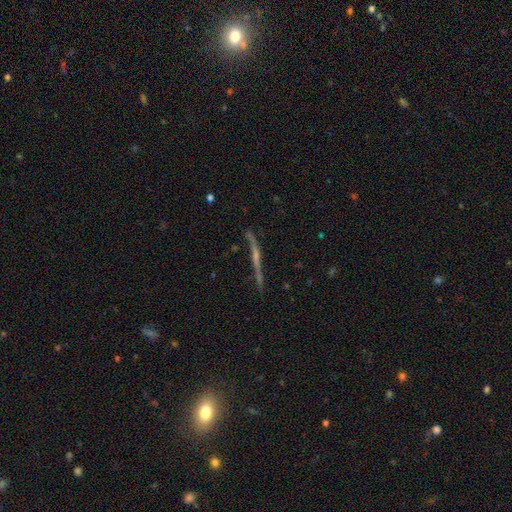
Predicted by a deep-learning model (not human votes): This appears to be a featured or disk galaxy (75%) viewed edge-on (95%) with a rounded central bulge (49%). Merging: none (79%).